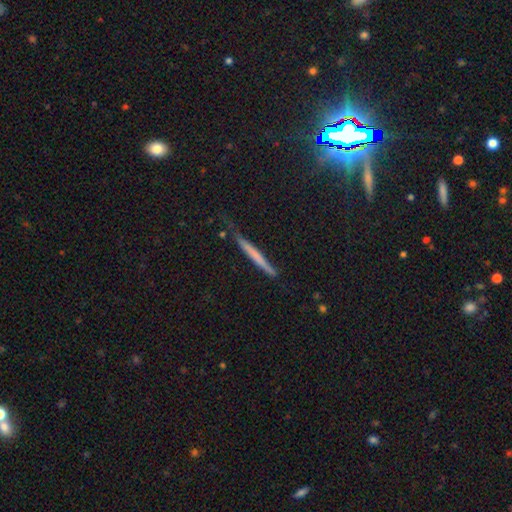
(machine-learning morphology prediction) The model was most divided on "smooth or featured": smooth: 54%, featured or disk: 38%, star or artifact: 8%. More confident: how rounded — cigar-shaped (96%); merging — none (69%).